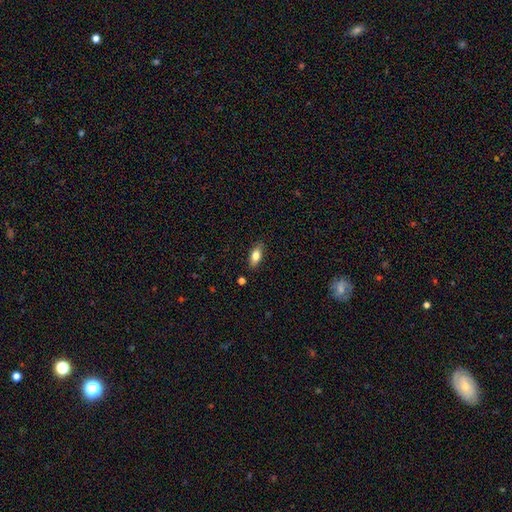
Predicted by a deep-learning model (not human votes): Smooth or featured?
  - smooth: 78% *
  - featured or disk: 15%
  - star or artifact: 7%
How rounded?
  - in between: 84% *
  - cigar-shaped: 12%
  - round: 4%
Merging?
  - none: 86% *
  - minor disturbance: 10%
  - major disturbance: 2%
  - merger: 1%